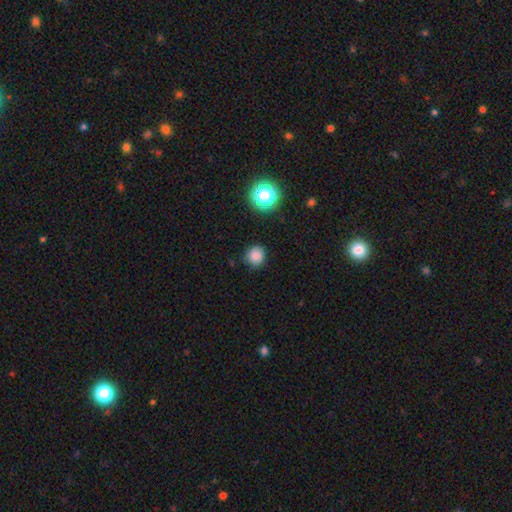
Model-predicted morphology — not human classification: Smooth or featured: smooth — 81% (star or artifact — 14%)
How rounded: round — 82% (in between — 17%)
Merging: none — 81% (minor disturbance — 14%)